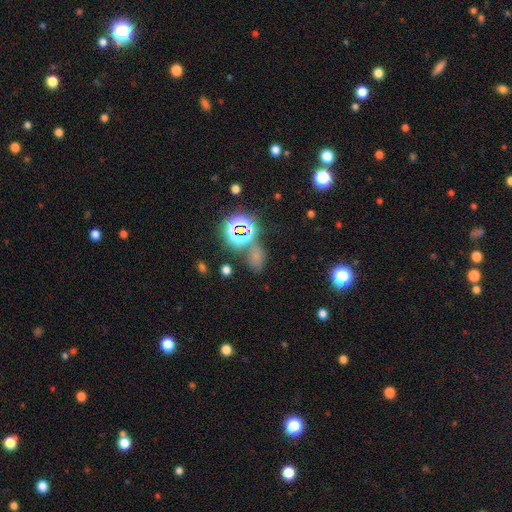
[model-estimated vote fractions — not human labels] smooth_or_featured: smooth (p=0.47) [alt: star or artifact p=0.43]
merging: none (p=0.56) [alt: minor disturbance p=0.18]